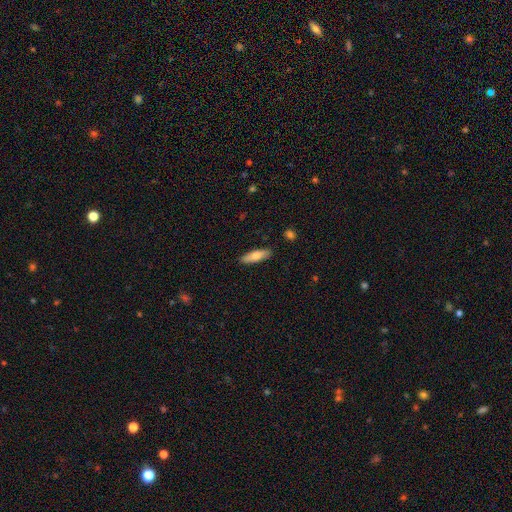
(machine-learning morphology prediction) This is likely a smooth galaxy (74%). How rounded: possibly cigar-shaped (51%). Merging: clearly none (88%).